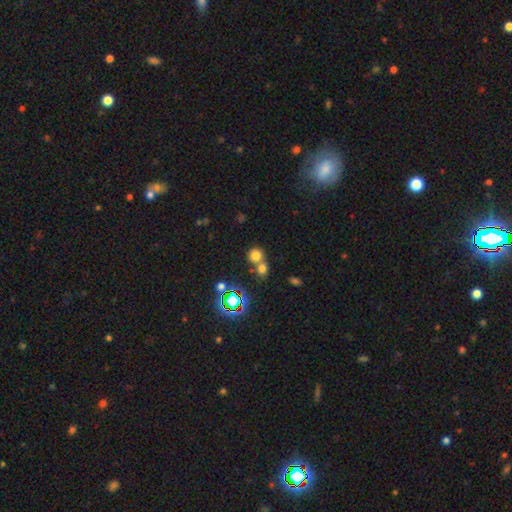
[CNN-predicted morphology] Smooth or featured?
  - smooth: 71% *
  - star or artifact: 21%
  - featured or disk: 9%
How rounded?
  - round: 86% *
  - in between: 13%
  - cigar-shaped: 1%
Merging?
  - none: 48% *
  - merger: 43%
  - minor disturbance: 6%
  - major disturbance: 3%